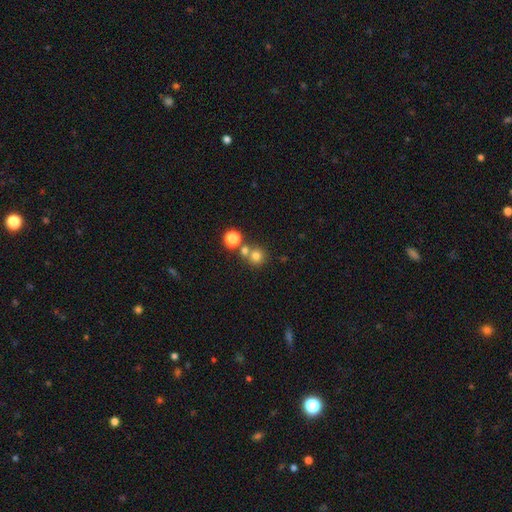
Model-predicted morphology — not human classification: smooth 74%, star or artifact 16%, featured or disk 10%. Down the decision tree: how rounded — round (90%); merging — none (59%).